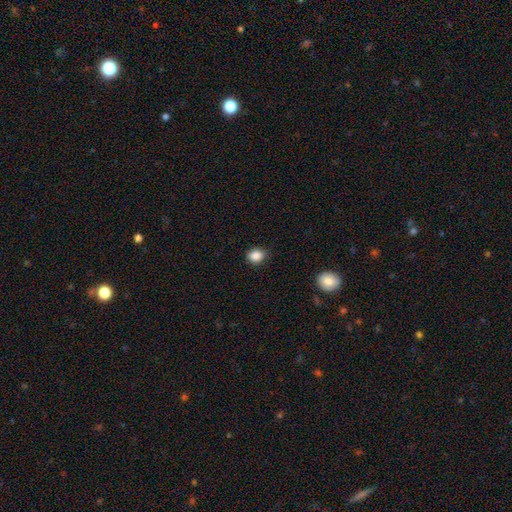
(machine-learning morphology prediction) This appears to be a smooth galaxy with no disk features (87%) that is round (62%). Merging: none (82%).